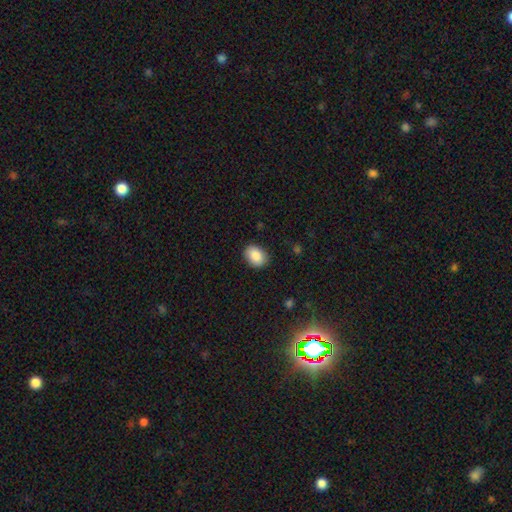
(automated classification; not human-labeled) The model was most divided on "how rounded": in between: 70%, round: 29%, cigar-shaped: 1%. More confident: merging — none (88%); smooth or featured — smooth (87%).